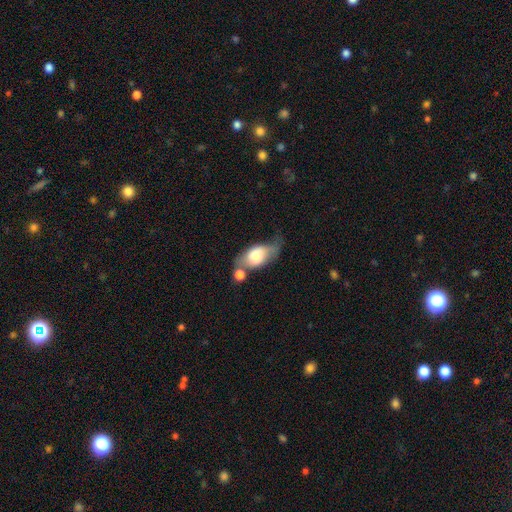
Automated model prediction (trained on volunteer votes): Overall: smooth (61%; featured or disk 31%). How rounded: in between (85%). Merging: none (33%; merger 25%).